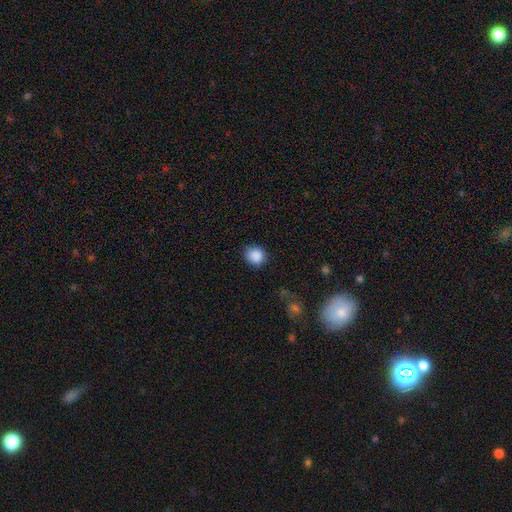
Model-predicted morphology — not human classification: Smooth or featured? Predicted: smooth (p=0.88). How rounded? Predicted: round (p=0.83). Merging? Predicted: none (p=0.80).